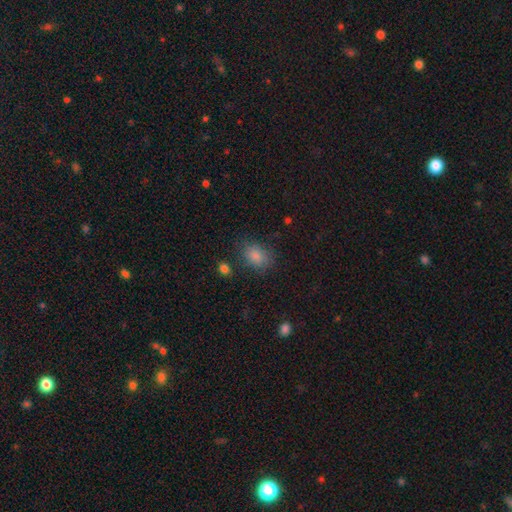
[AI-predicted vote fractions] A smooth galaxy with no disk features (84%) that is in between round and cigar-shaped (72%).

Vote fractions:
- Smooth or featured? smooth: 84% / star or artifact: 10% / featured or disk: 6%
- How rounded? in between: 72% / round: 27% / cigar-shaped: 1%
- Merging? none: 73% / minor disturbance: 17% / major disturbance: 7% / merger: 3%